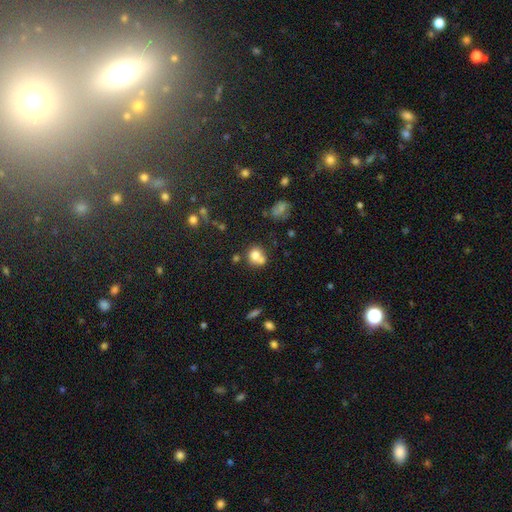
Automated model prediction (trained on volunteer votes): Smooth or featured: smooth — 74% (featured or disk — 14%)
How rounded: round — 77% (in between — 22%)
Merging: merger — 46% (none — 39%)